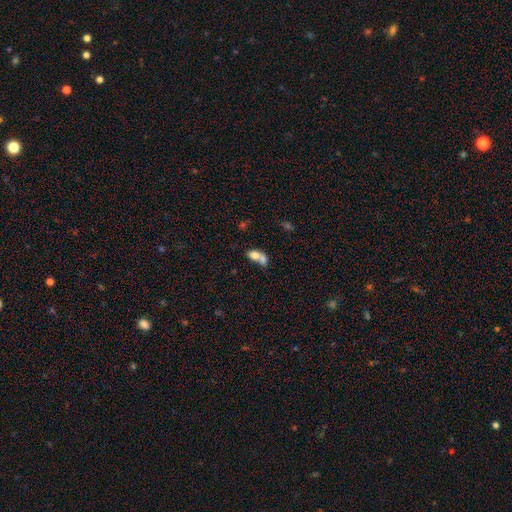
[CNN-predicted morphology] Smooth or featured?
  - smooth: 72% *
  - featured or disk: 19%
  - star or artifact: 9%
How rounded?
  - in between: 79% *
  - round: 17%
  - cigar-shaped: 4%
Merging?
  - merger: 70% *
  - none: 17%
  - minor disturbance: 7%
  - major disturbance: 6%